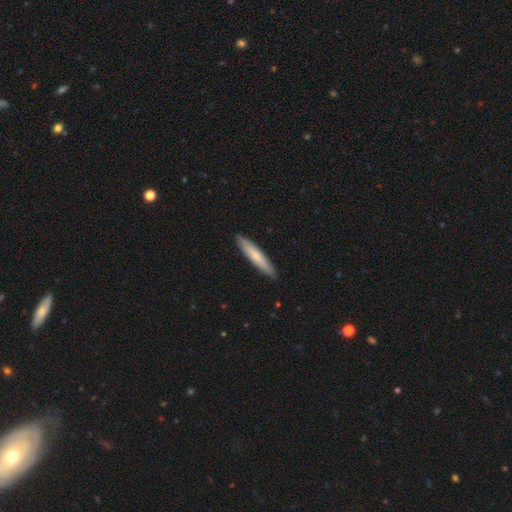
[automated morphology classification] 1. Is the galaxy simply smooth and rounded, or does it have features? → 70% smooth, 25% featured or disk, 5% star or artifact.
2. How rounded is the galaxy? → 91% cigar-shaped, 8% in between, 1% round.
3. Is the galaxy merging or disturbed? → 91% none, 7% minor disturbance, 1% major disturbance, 1% merger.